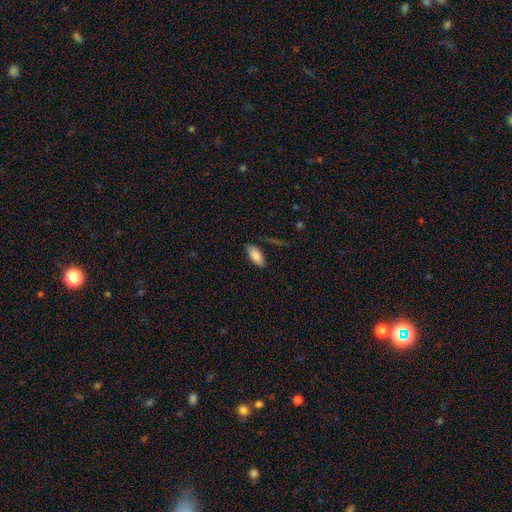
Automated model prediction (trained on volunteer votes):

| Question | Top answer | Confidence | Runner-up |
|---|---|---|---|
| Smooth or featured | smooth | 85% | featured or disk (8%) |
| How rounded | in between | 86% | cigar-shaped (12%) |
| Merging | none | 81% | minor disturbance (14%) |